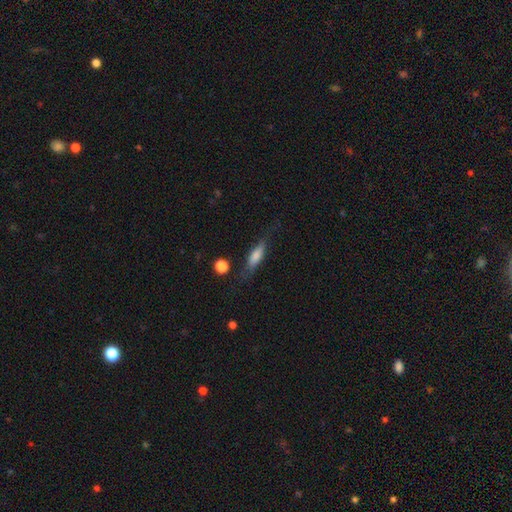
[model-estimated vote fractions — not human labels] A smooth galaxy with no disk features (53%) that is cigar-shaped (66%).

Vote fractions:
- Smooth or featured? smooth: 53% / featured or disk: 38% / star or artifact: 9%
- How rounded? cigar-shaped: 66% / in between: 31% / round: 3%
- Merging? none: 70% / minor disturbance: 19% / major disturbance: 8% / merger: 2%